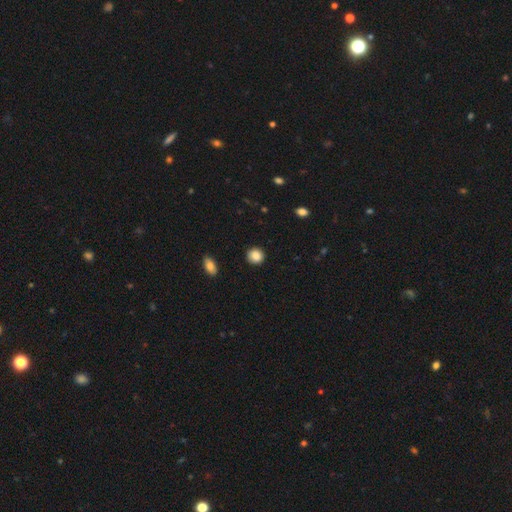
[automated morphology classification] This appears to be a smooth galaxy with no disk features (88%) that is round (86%). Merging: none (90%).